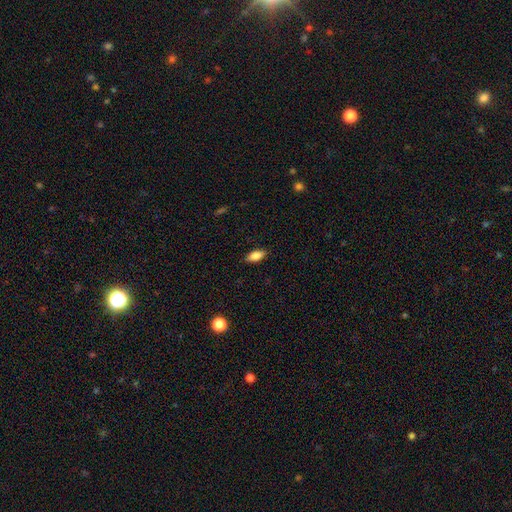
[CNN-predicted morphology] smooth-or-featured: smooth: 82% | featured or disk: 11% | star or artifact: 7%
  how-rounded: in between: 83% | cigar-shaped: 14% | round: 3%
  merging: none: 87% | minor disturbance: 10% | major disturbance: 2% | merger: 1%